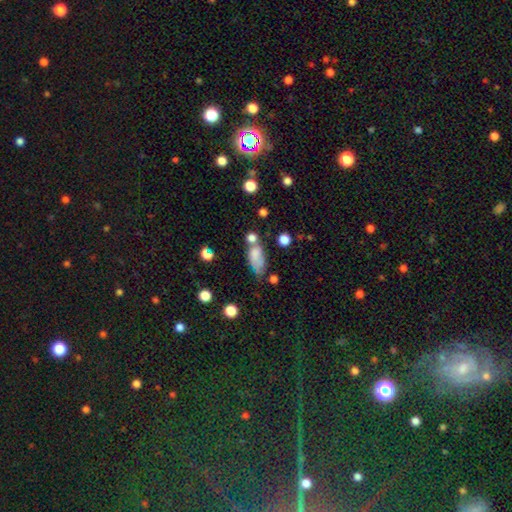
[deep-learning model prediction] Overall: smooth (71%). How rounded: in between (82%). Merging: none (33%; minor disturbance 27%).